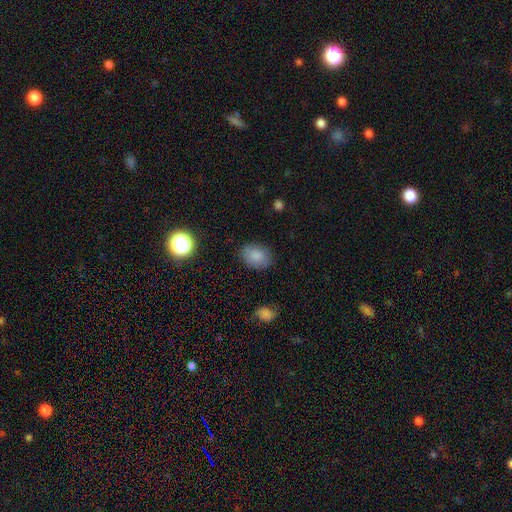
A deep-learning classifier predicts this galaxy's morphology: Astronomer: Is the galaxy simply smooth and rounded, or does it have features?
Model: smooth — 84%.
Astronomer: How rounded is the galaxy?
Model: in between — 75%.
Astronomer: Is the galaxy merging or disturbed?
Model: none — 81%.